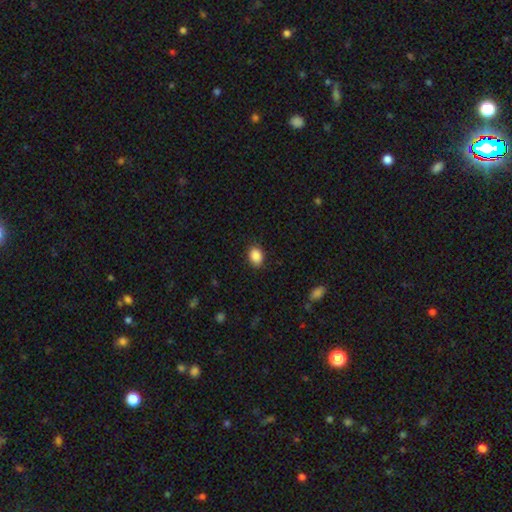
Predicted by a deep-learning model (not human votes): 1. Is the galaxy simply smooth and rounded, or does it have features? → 89% smooth, 8% star or artifact, 3% featured or disk.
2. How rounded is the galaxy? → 72% in between, 27% round, 1% cigar-shaped.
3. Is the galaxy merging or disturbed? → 86% none, 11% minor disturbance, 3% major disturbance, 1% merger.